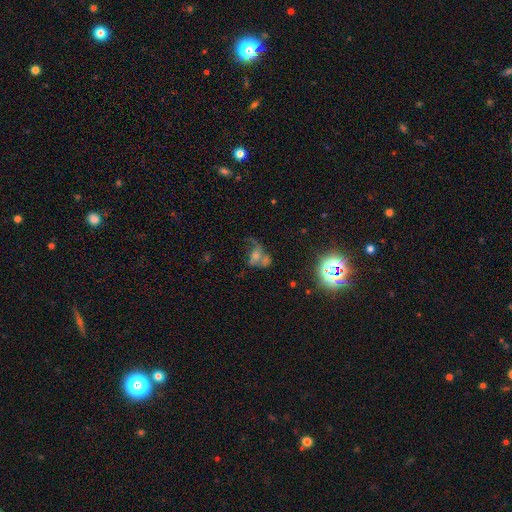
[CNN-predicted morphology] smooth-or-featured: featured or disk: 41% | star or artifact: 31% | smooth: 29%
  merging: merger: 35% | none: 27% | major disturbance: 26% | minor disturbance: 13%